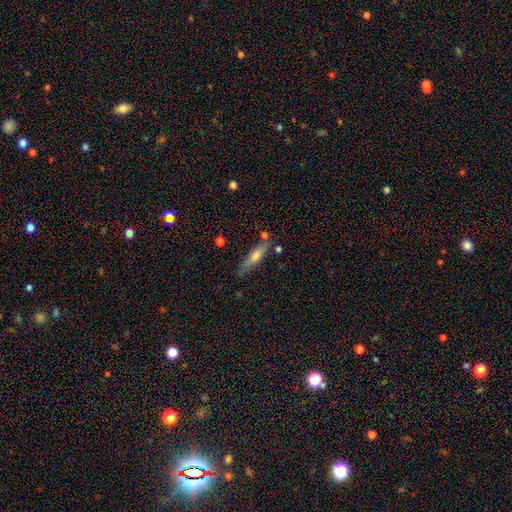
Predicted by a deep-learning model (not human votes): This appears to be a smooth galaxy with no disk features (53%) that is cigar-shaped (76%). Merging: none (71%).